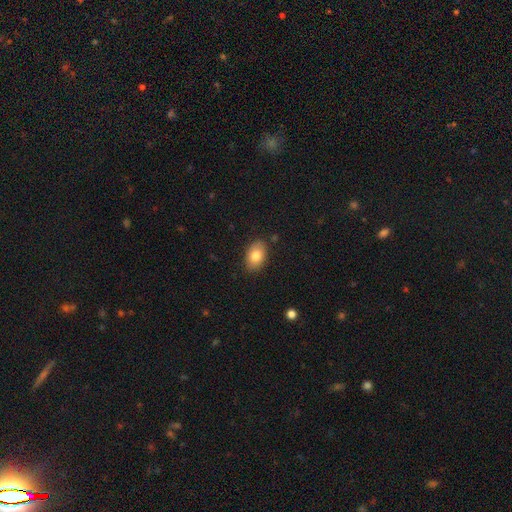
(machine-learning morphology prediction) Overall: smooth (80%). How rounded: in between (89%). Merging: none (86%).